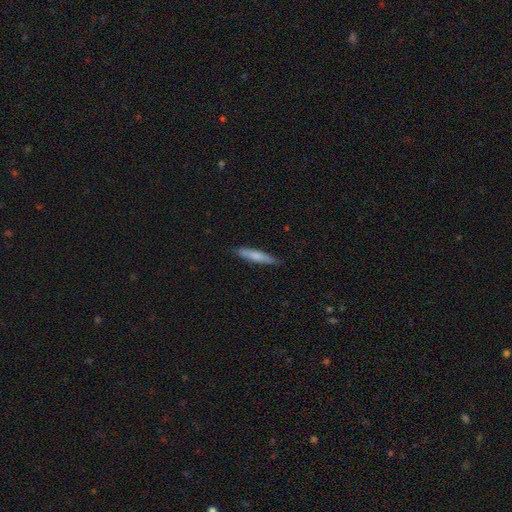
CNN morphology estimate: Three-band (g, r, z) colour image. It shows a smooth galaxy with no disk features (71%) that is cigar-shaped (91%). Merging: none (88%).